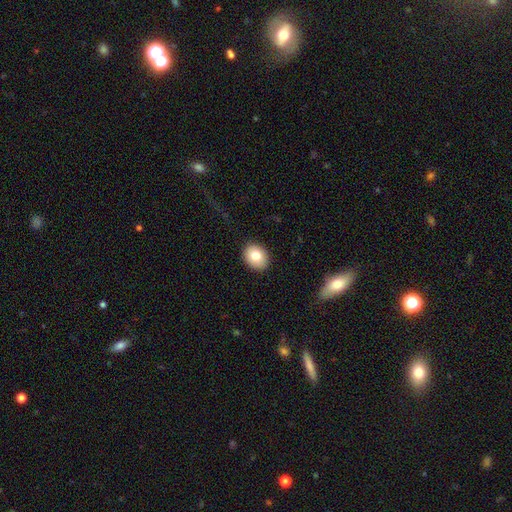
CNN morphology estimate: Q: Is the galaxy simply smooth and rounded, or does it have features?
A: smooth — 80%.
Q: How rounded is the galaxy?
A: in between — 50%.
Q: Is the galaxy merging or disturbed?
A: none — 89%.